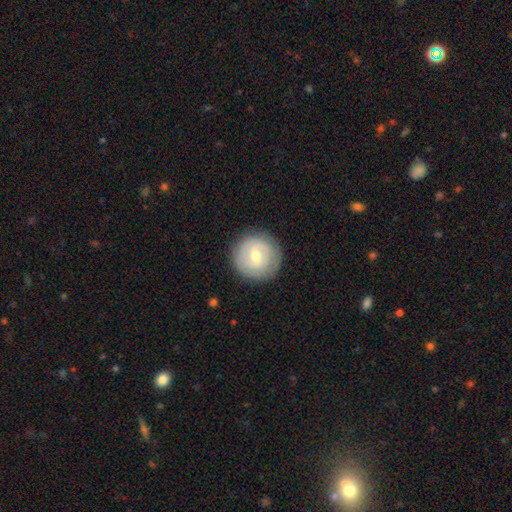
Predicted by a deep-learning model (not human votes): smooth-or-featured: featured or disk: 51% | smooth: 43% | star or artifact: 6%
  disk-edge-on: no: 97% | yes: 3%
  merging: none: 86% | minor disturbance: 9% | major disturbance: 3% | merger: 1%